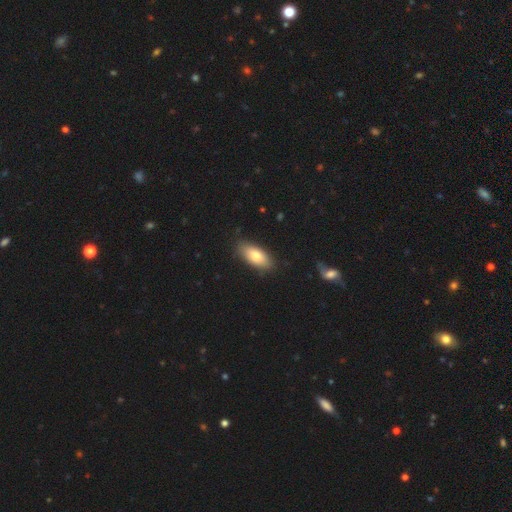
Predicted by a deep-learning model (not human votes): smooth_or_featured: smooth (p=0.78) [alt: featured or disk p=0.16]
how_rounded: in between (p=0.86) [alt: cigar-shaped p=0.11]
merging: none (p=0.85) [alt: minor disturbance p=0.11]